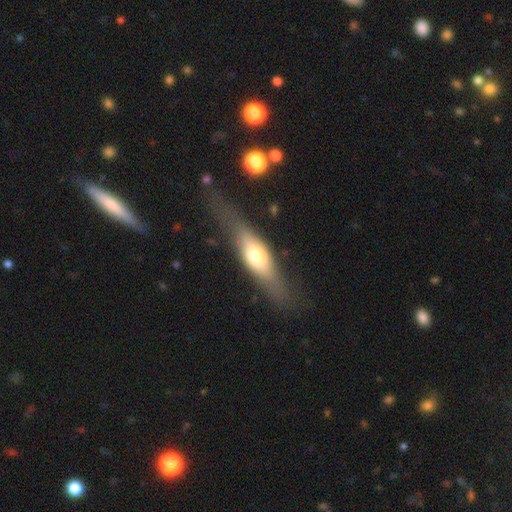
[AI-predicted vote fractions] Q: Smooth or featured?
A: featured or disk (48%); runner-up: smooth (46%)
Q: Merging?
A: none (69%); runner-up: minor disturbance (18%)